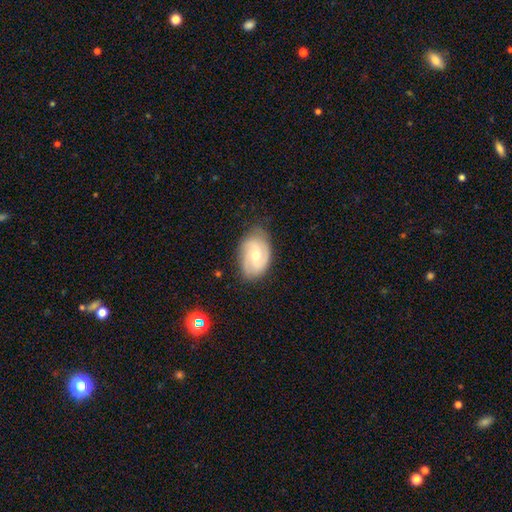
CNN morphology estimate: A featured or disk galaxy (61%) with no bar (46%), 2 (61%) medium (43%) spiral arms (85%) and a moderate central bulge (57%).

Vote fractions:
- Smooth or featured? featured or disk: 61% / smooth: 32% / star or artifact: 6%
- Edge-on disk? no: 96% / yes: 4%
- Bar? no: 46% / weak: 44% / strong: 10%
- Spiral arms? yes: 85% / no: 15%
- Spiral winding? medium: 43% / tight: 39% / loose: 18%
- Spiral arm count? 2: 61% / can't tell: 21% / 3: 10% / 1: 4% / 4: 2% / more than 4: 2%
- Bulge size? moderate: 57% / small: 39% / large: 2% / none: 1% / dominant: 1%
- Merging? none: 70% / minor disturbance: 23% / major disturbance: 6% / merger: 1%